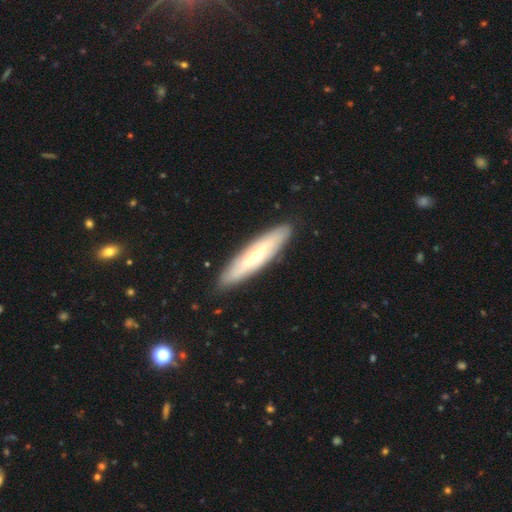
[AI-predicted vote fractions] Smooth or featured? featured or disk (57%)
Edge-on disk? yes (57%)
Merging? none (87%)